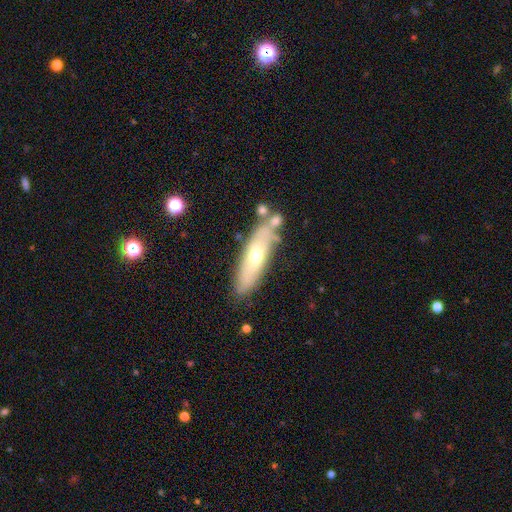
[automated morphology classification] Smooth or featured? smooth (47%)
Merging? none (68%)